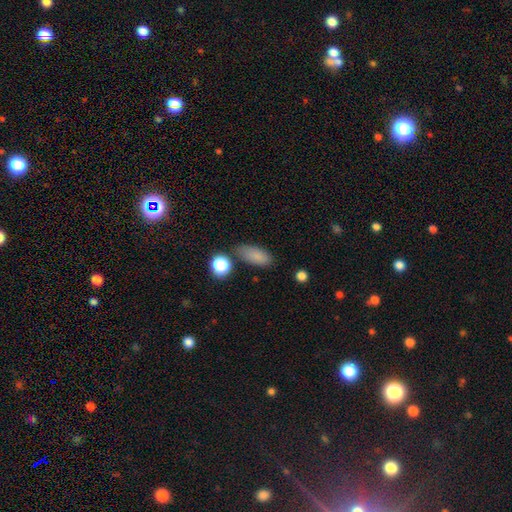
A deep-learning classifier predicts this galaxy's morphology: smooth 84%, star or artifact 9%, featured or disk 6%. Down the decision tree: how rounded — in between (80%); merging — none (72%).